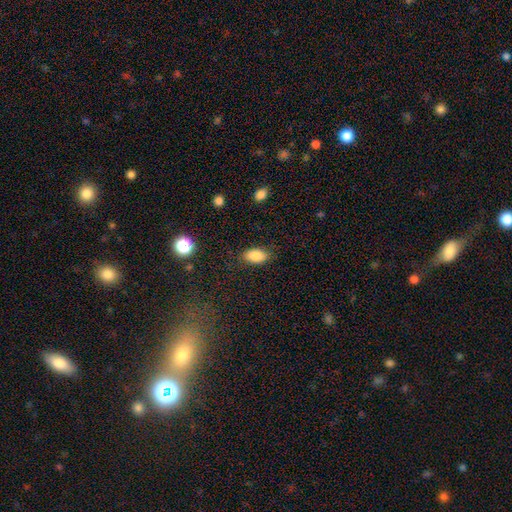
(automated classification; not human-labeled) smooth 85%, star or artifact 8%, featured or disk 7%. Down the decision tree: how rounded — in between (92%); merging — none (83%).